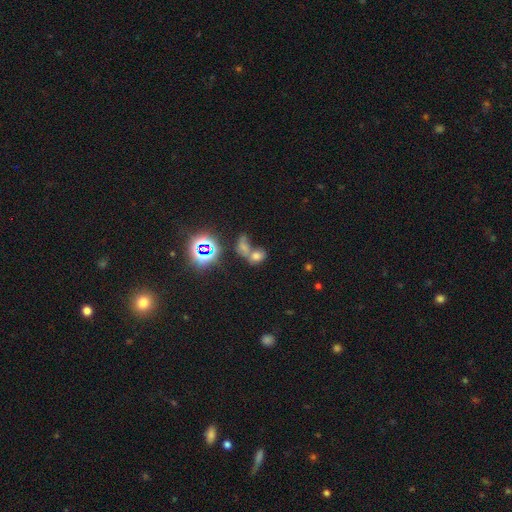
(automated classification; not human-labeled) Smooth or featured? Predicted: smooth (p=0.58). How rounded? Predicted: in between (p=0.68). Merging? Predicted: merger (p=0.60).